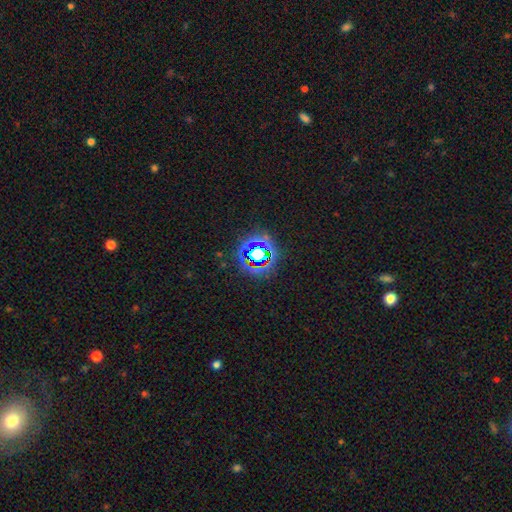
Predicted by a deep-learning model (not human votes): Q: Smooth or featured?
A: star or artifact (67%); runner-up: smooth (19%)